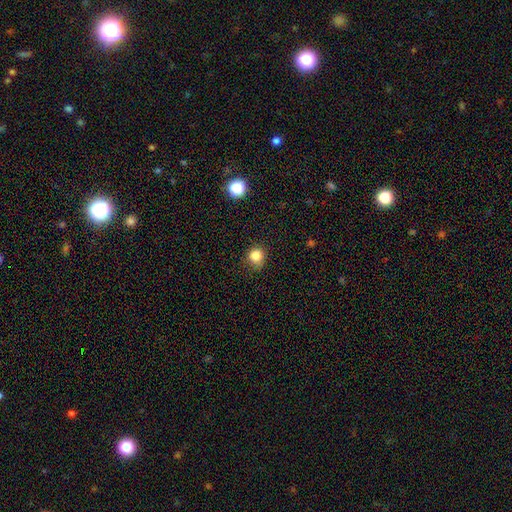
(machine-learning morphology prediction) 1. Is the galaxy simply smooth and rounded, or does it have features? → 83% smooth, 13% star or artifact, 5% featured or disk.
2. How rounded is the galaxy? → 84% round, 15% in between, 1% cigar-shaped.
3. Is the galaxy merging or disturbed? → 75% none, 19% minor disturbance, 4% major disturbance, 2% merger.